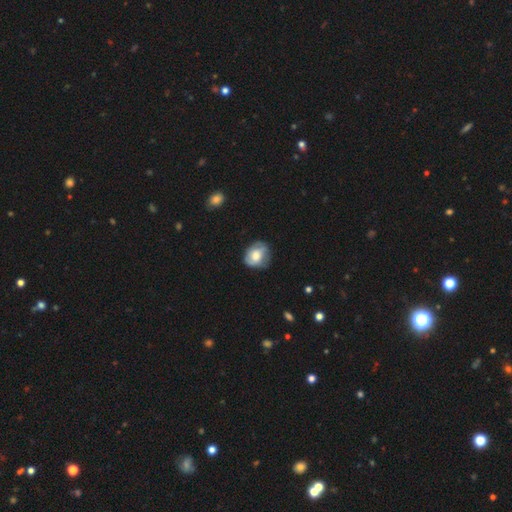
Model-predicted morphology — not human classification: smooth-or-featured: smooth: 56% | featured or disk: 36% | star or artifact: 8%
  how-rounded: round: 65% | in between: 35% | cigar-shaped: 1%
  merging: none: 63% | minor disturbance: 27% | major disturbance: 9% | merger: 1%